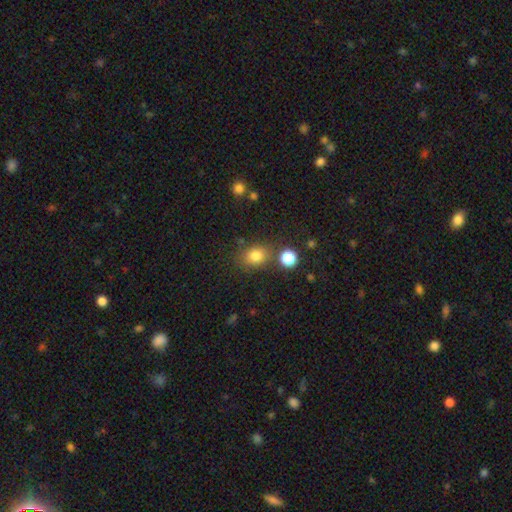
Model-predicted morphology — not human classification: smooth-or-featured: smooth: 81% | star or artifact: 12% | featured or disk: 6%
  how-rounded: round: 53% | in between: 46% | cigar-shaped: 1%
  merging: none: 74% | minor disturbance: 13% | merger: 9% | major disturbance: 4%